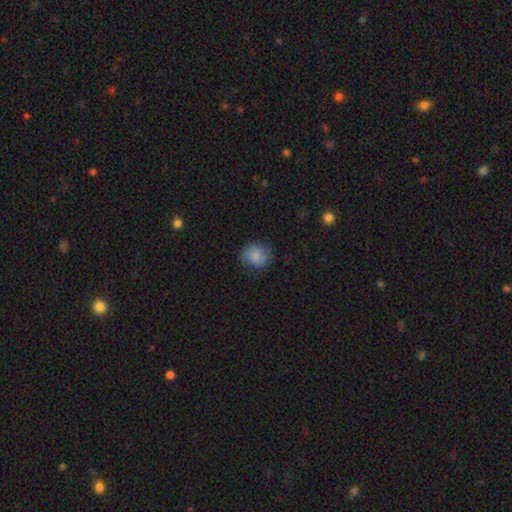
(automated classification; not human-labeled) smooth_or_featured: smooth (p=0.78) [alt: featured or disk p=0.14]
how_rounded: round (p=0.75) [alt: in between p=0.24]
merging: none (p=0.77) [alt: minor disturbance p=0.17]